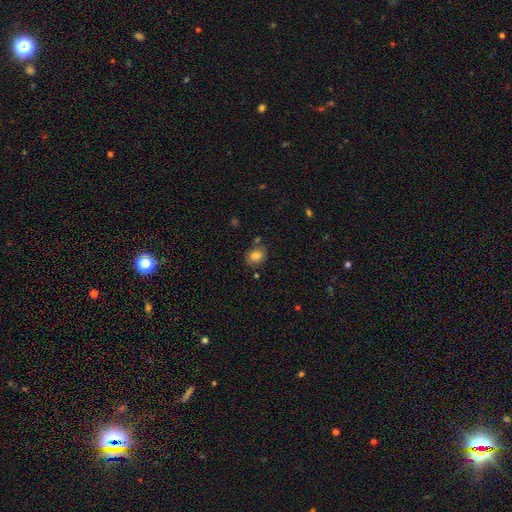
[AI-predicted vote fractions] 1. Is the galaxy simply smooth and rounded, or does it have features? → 78% smooth, 11% featured or disk, 11% star or artifact.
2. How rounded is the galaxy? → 54% round, 45% in between, 1% cigar-shaped.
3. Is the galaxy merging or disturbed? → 73% none, 16% minor disturbance, 6% merger, 4% major disturbance.